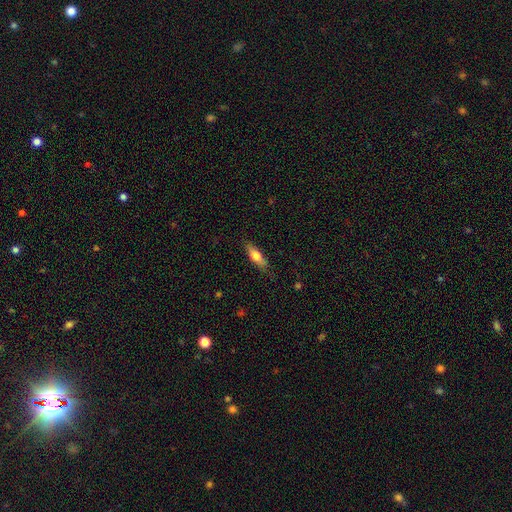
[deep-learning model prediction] smooth-or-featured: smooth: 64% | featured or disk: 30% | star or artifact: 6%
  how-rounded: cigar-shaped: 55% | in between: 43% | round: 2%
  merging: none: 77% | minor disturbance: 17% | major disturbance: 4% | merger: 1%